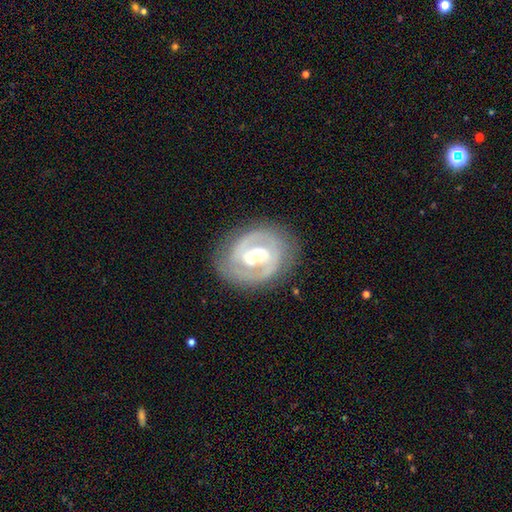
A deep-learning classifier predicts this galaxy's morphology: Smooth or featured?
  - featured or disk: 85% *
  - smooth: 10%
  - star or artifact: 5%
Edge-on disk?
  - no: 97% *
  - yes: 3%
Bar?
  - strong: 43% *
  - weak: 42%
  - no: 14%
Spiral arms?
  - yes: 90% *
  - no: 10%
Spiral winding?
  - tight: 52% *
  - medium: 40%
  - loose: 9%
Spiral arm count?
  - 2: 83% *
  - can't tell: 7%
  - 1: 4%
  - 3: 3%
  - 4: 1%
  - more than 4: 1%
Bulge size?
  - moderate: 55% *
  - large: 22%
  - small: 19%
  - none: 3%
  - dominant: 2%
Merging?
  - none: 79% *
  - minor disturbance: 14%
  - major disturbance: 6%
  - merger: 1%